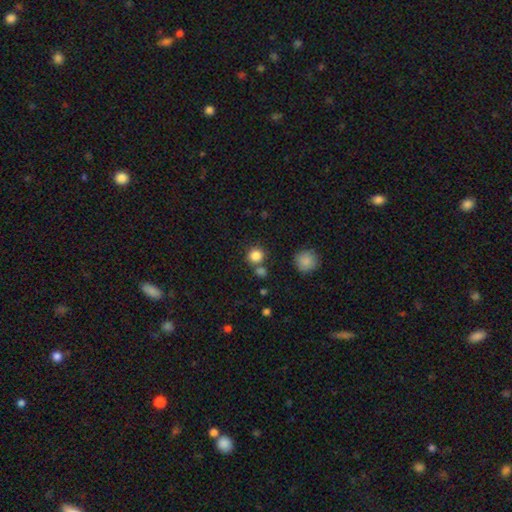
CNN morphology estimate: A smooth galaxy with no disk features (84%) that is round (91%).

Vote fractions:
- Smooth or featured? smooth: 84% / star or artifact: 11% / featured or disk: 5%
- How rounded? round: 91% / in between: 8% / cigar-shaped: 1%
- Merging? none: 72% / merger: 16% / minor disturbance: 8% / major disturbance: 3%